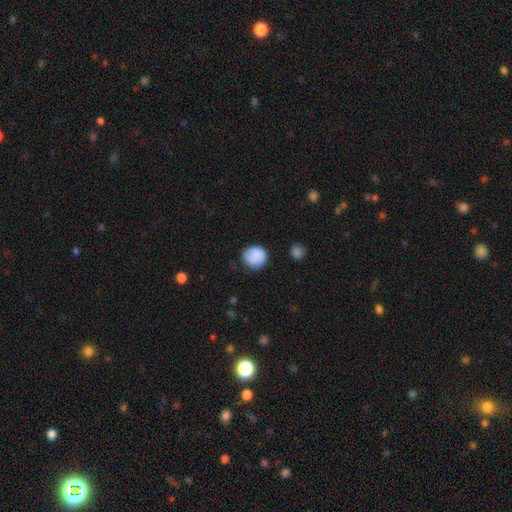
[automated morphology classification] Overall: smooth (87%). How rounded: round (90%). Merging: none (79%).